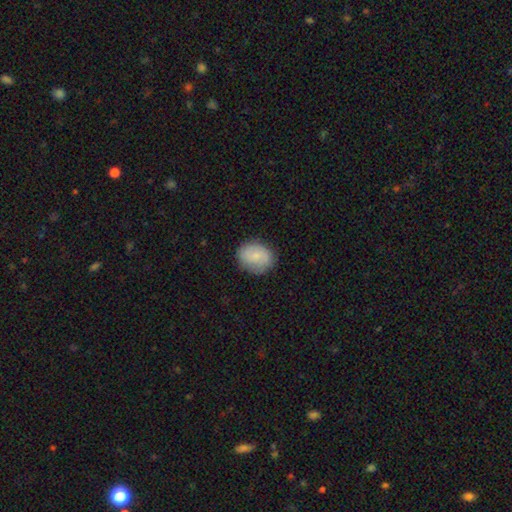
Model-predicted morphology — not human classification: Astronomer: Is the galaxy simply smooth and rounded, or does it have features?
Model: smooth — 75%.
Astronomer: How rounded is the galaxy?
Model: round — 54% (runner-up: in between, 45%).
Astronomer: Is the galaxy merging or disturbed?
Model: none — 81%.